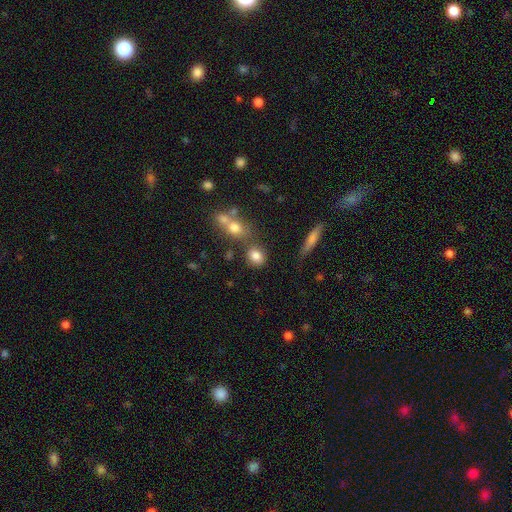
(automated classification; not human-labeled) This appears to be a smooth galaxy with no disk features (80%) that is round (61%). Merging: none (66%).